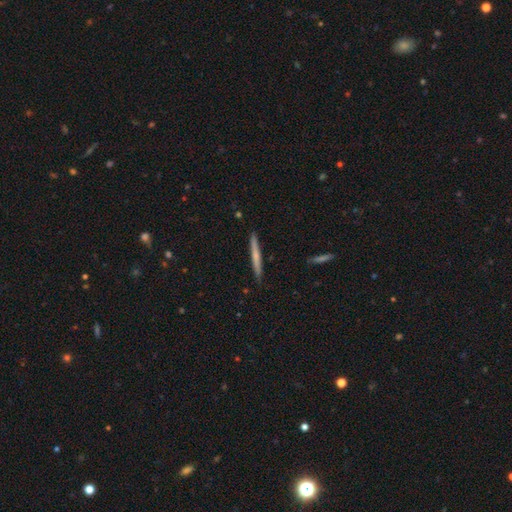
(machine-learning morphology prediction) Smooth or featured? smooth (54%)
How rounded? cigar-shaped (96%)
Merging? none (90%)